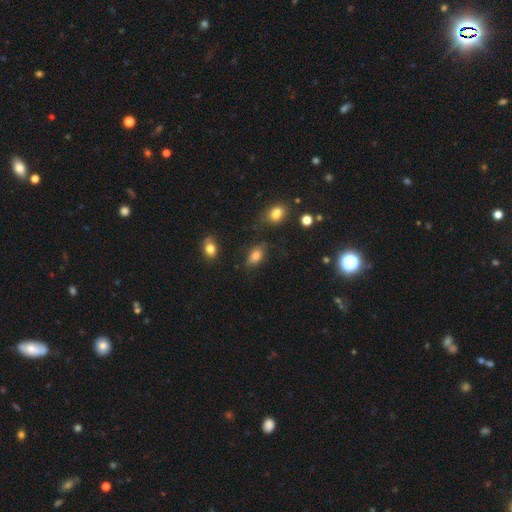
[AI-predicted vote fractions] Smooth or featured? smooth (80%)
How rounded? in between (86%)
Merging? none (70%)